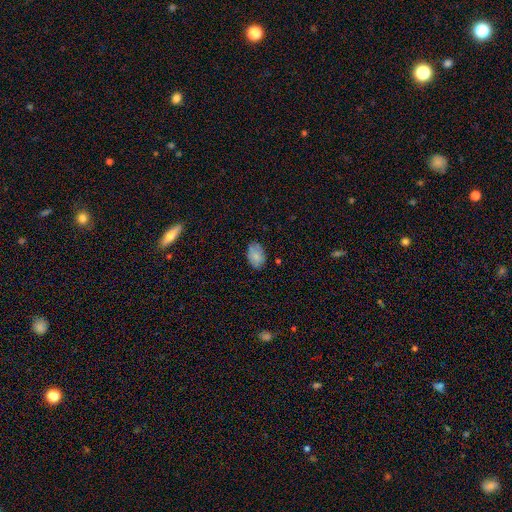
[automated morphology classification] type=smooth (79%); roundness=in between (84%); merging=none (74%).